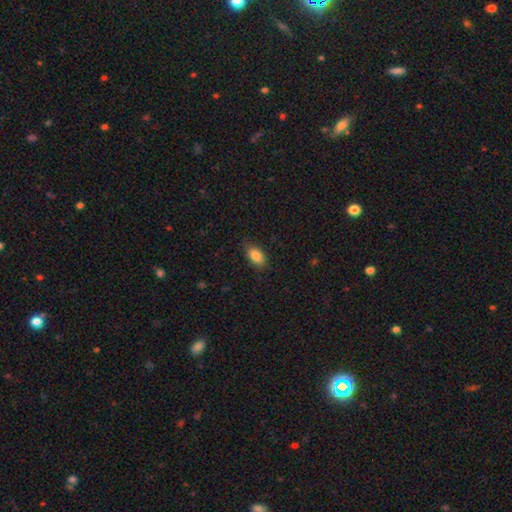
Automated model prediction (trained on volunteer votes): The model was most divided on "merging": none: 85%, minor disturbance: 12%, major disturbance: 3%, merger: 1%. More confident: how rounded — in between (91%); smooth or featured — smooth (85%).